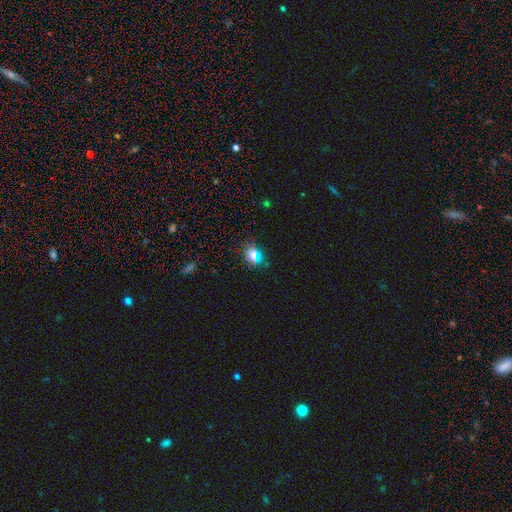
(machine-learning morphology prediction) A smooth galaxy with no disk features (70%) that is in between round and cigar-shaped (52%). Merging: none (82%).